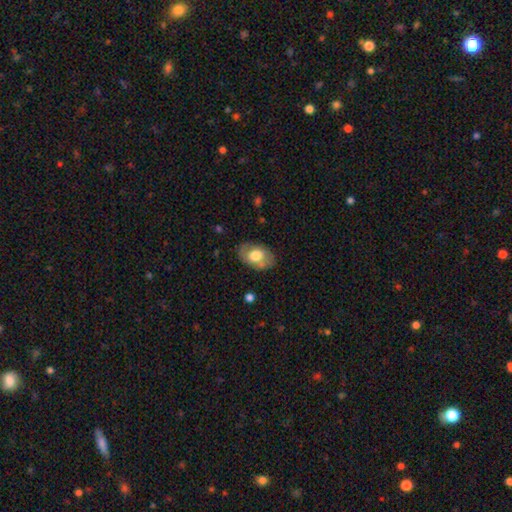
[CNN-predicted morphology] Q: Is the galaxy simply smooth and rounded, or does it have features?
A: smooth — 66%.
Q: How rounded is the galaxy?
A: in between — 87%.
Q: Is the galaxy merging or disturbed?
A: none — 76%.